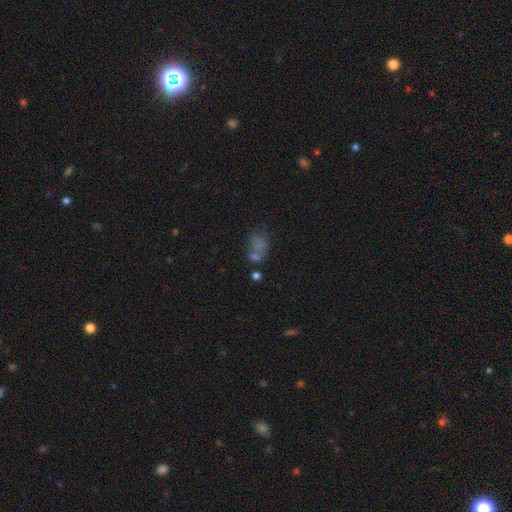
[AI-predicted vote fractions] Q: Smooth or featured?
A: smooth (58%); runner-up: star or artifact (22%)
Q: How rounded?
A: in between (74%); runner-up: round (23%)
Q: Merging?
A: none (41%); runner-up: merger (25%)